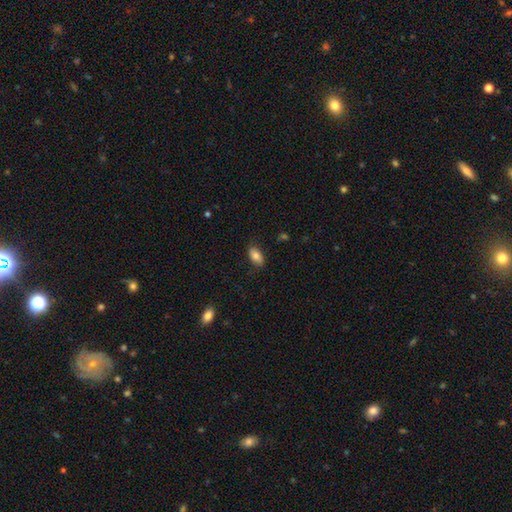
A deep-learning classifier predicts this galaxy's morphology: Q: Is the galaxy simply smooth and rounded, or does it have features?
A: smooth — 82%.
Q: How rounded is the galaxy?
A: in between — 92%.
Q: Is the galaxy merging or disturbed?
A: none — 84%.